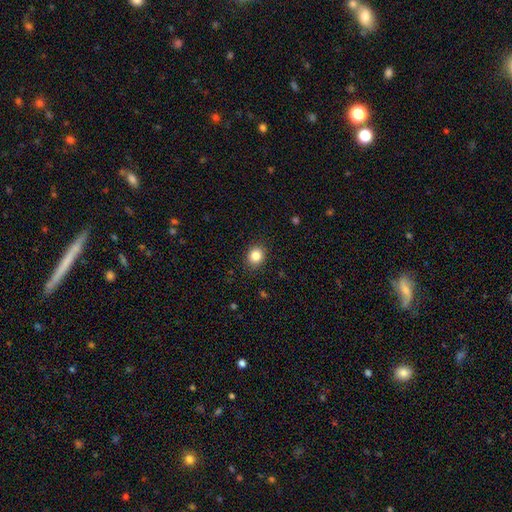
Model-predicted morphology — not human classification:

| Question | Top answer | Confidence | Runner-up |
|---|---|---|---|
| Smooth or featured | smooth | 84% | star or artifact (10%) |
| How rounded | round | 72% | in between (27%) |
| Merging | none | 89% | minor disturbance (8%) |